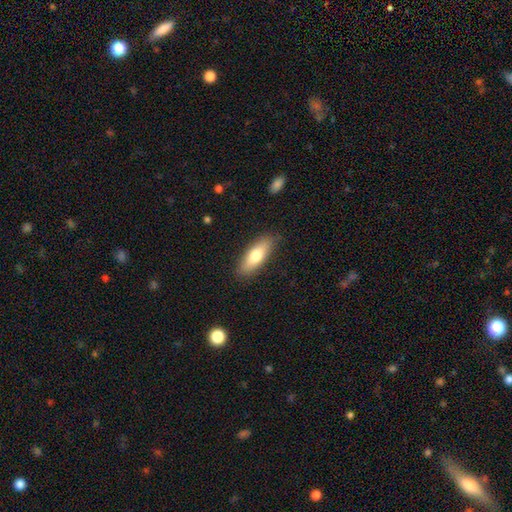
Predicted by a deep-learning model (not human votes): Smooth or featured: smooth — 72% (featured or disk — 22%)
How rounded: in between — 61% (cigar-shaped — 36%)
Merging: none — 85% (minor disturbance — 11%)